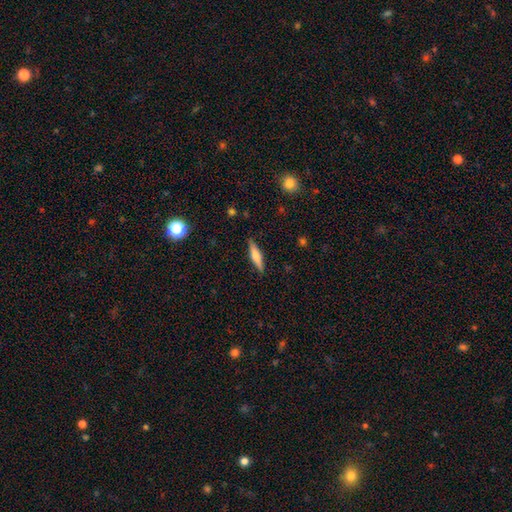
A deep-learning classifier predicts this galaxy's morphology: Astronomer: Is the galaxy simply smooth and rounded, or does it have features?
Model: smooth — 52% (runner-up: featured or disk, 41%).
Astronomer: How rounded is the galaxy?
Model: cigar-shaped — 79%.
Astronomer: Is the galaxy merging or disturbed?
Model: none — 89%.